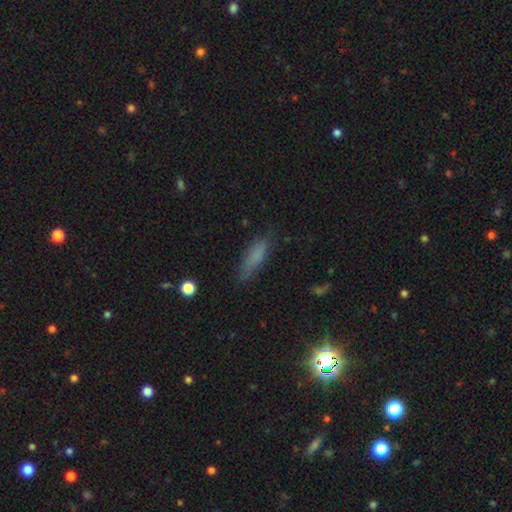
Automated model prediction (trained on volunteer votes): A smooth galaxy with no disk features (73%) that is cigar-shaped (60%).

Vote fractions:
- Smooth or featured? smooth: 73% / featured or disk: 15% / star or artifact: 12%
- How rounded? cigar-shaped: 60% / in between: 37% / round: 2%
- Merging? none: 72% / minor disturbance: 20% / major disturbance: 6% / merger: 2%